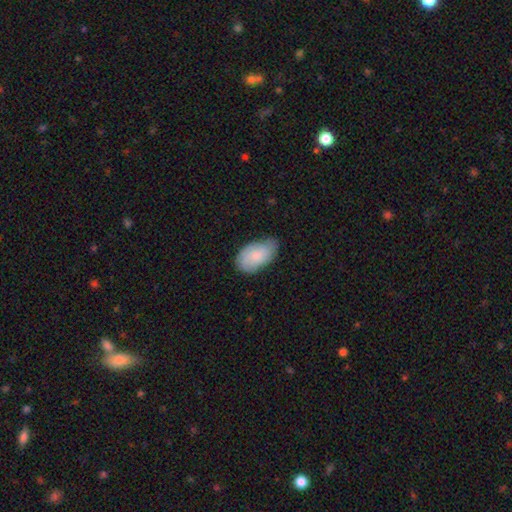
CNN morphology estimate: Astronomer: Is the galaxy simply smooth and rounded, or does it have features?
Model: smooth — 75%.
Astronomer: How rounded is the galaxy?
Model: in between — 94%.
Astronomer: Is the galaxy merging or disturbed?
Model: none — 64%.